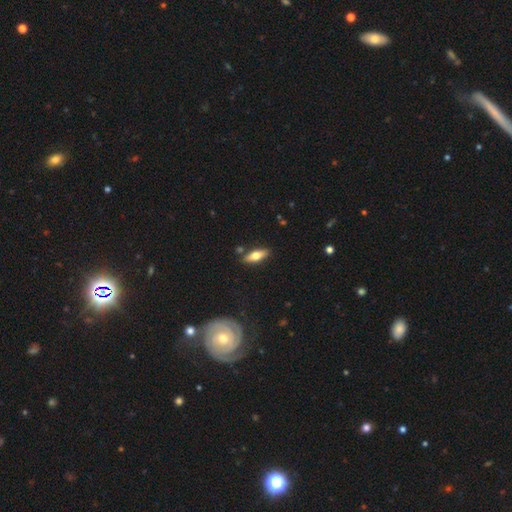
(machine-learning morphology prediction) Q: Smooth or featured?
A: smooth (61%); runner-up: featured or disk (33%)
Q: How rounded?
A: in between (63%); runner-up: cigar-shaped (35%)
Q: Merging?
A: none (83%); runner-up: minor disturbance (10%)